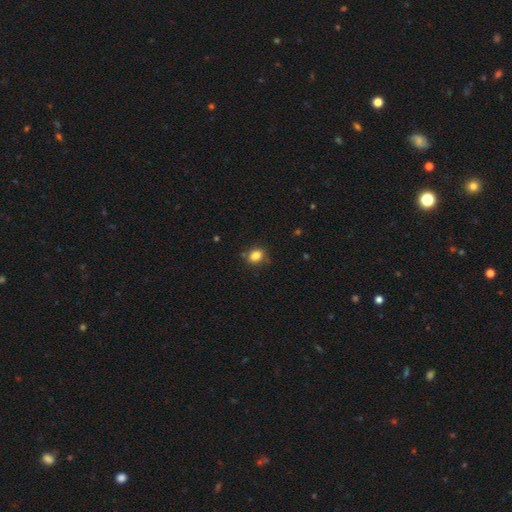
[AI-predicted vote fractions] A smooth galaxy with no disk features (83%) that is round (52%).

Vote fractions:
- Smooth or featured? smooth: 83% / star or artifact: 11% / featured or disk: 6%
- How rounded? round: 52% / in between: 47% / cigar-shaped: 1%
- Merging? none: 74% / minor disturbance: 19% / major disturbance: 4% / merger: 3%